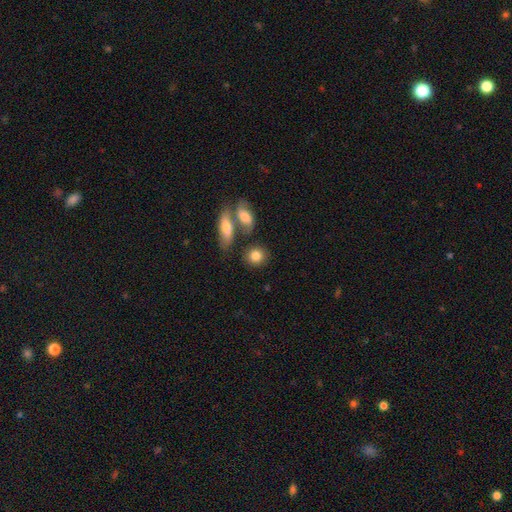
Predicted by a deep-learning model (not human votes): Smooth or featured: smooth — 81% (featured or disk — 10%)
How rounded: round — 71% (in between — 26%)
Merging: none — 71% (merger — 15%)